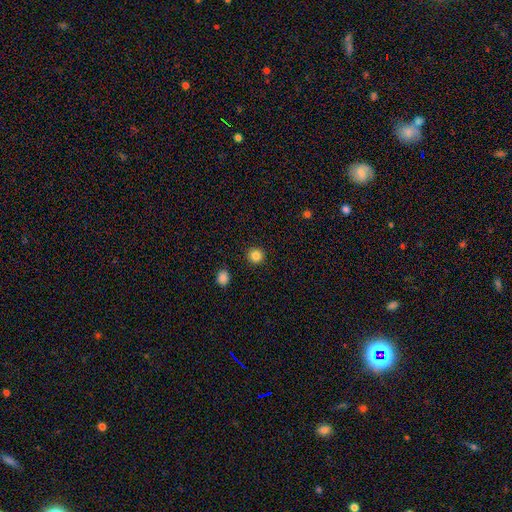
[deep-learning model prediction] A smooth galaxy with no disk features (85%) that is round (95%).

Vote fractions:
- Smooth or featured? smooth: 85% / star or artifact: 12% / featured or disk: 4%
- How rounded? round: 95% / in between: 4% / cigar-shaped: 1%
- Merging? none: 92% / minor disturbance: 5% / major disturbance: 2% / merger: 1%